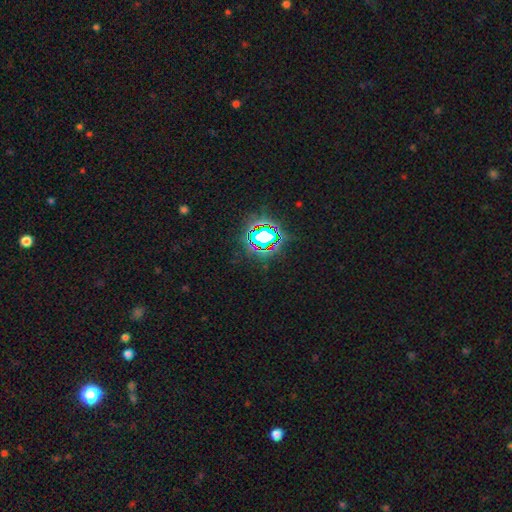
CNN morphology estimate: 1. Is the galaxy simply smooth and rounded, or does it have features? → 81% star or artifact, 12% smooth, 7% featured or disk.